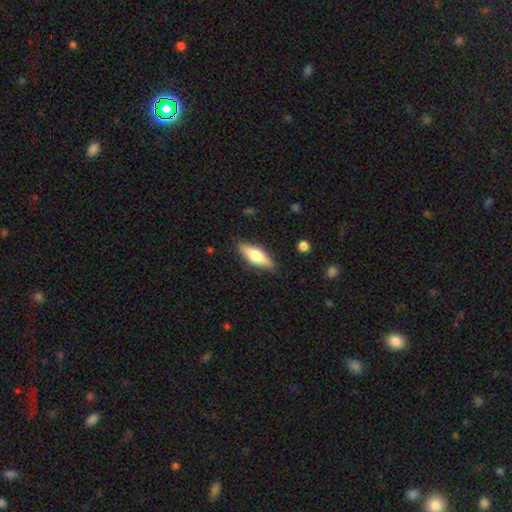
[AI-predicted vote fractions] Morphology: type=smooth (57%); roundness=in between (55%); merging=none (86%).